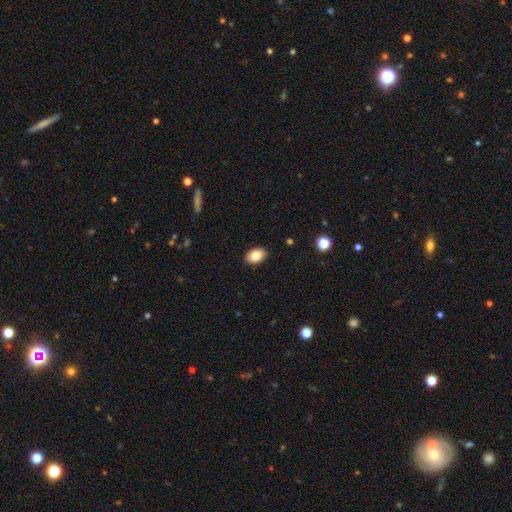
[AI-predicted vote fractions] smooth_or_featured: smooth (p=0.83) [alt: featured or disk p=0.09]
how_rounded: in between (p=0.83) [alt: round p=0.16]
merging: none (p=0.90) [alt: minor disturbance p=0.07]